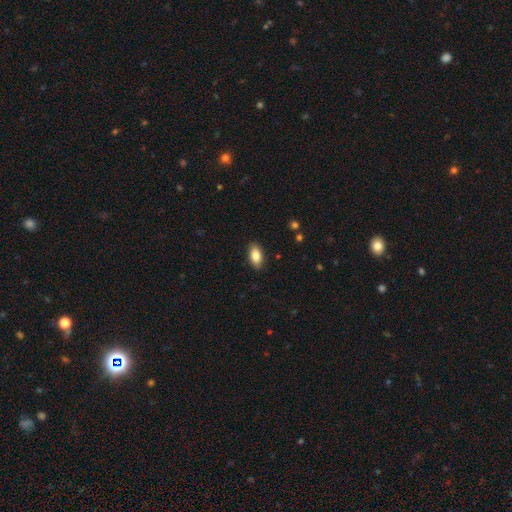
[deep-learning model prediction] Overall: smooth (85%). How rounded: in between (92%). Merging: none (88%).